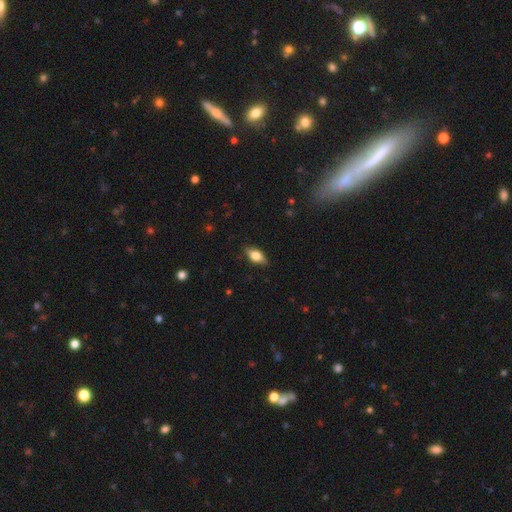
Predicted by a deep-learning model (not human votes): smooth 74%, featured or disk 19%, star or artifact 7%. Down the decision tree: how rounded — in between (86%); merging — none (83%).